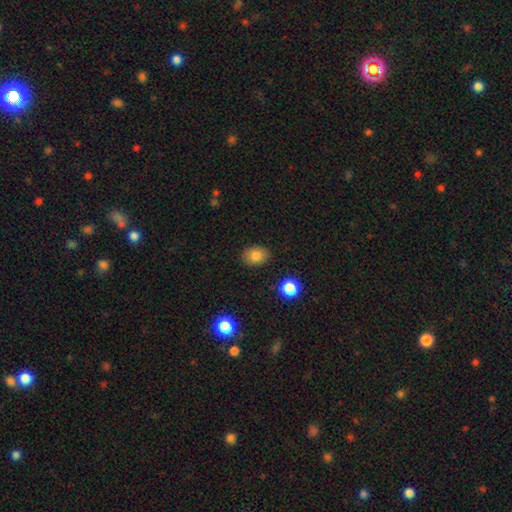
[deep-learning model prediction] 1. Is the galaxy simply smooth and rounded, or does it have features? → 82% smooth, 10% star or artifact, 8% featured or disk.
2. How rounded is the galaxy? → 62% in between, 37% round, 1% cigar-shaped.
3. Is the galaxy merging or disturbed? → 87% none, 9% minor disturbance, 2% major disturbance, 2% merger.